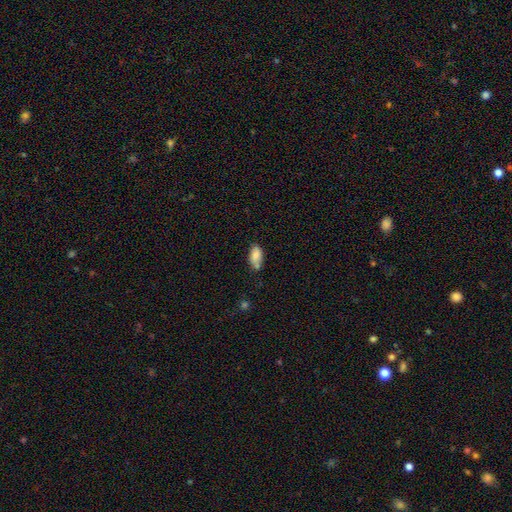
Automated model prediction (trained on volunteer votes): Smooth or featured?
  - smooth: 81% *
  - featured or disk: 11%
  - star or artifact: 8%
How rounded?
  - in between: 89% *
  - cigar-shaped: 7%
  - round: 5%
Merging?
  - none: 53% *
  - minor disturbance: 23%
  - merger: 18%
  - major disturbance: 6%